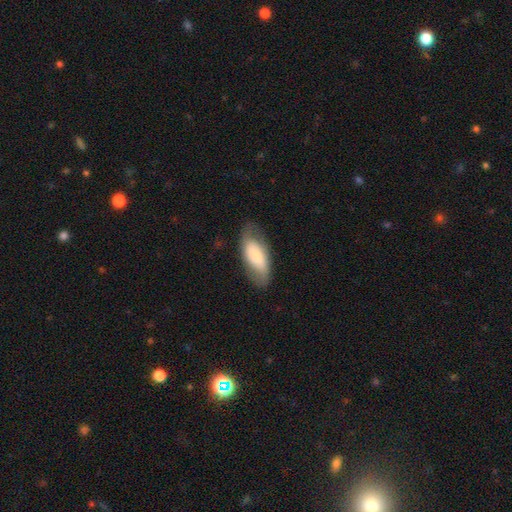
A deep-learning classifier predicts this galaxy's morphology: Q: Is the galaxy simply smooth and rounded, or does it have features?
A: smooth — 65%.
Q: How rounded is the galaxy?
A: in between — 89%.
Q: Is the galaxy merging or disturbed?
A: none — 67%.